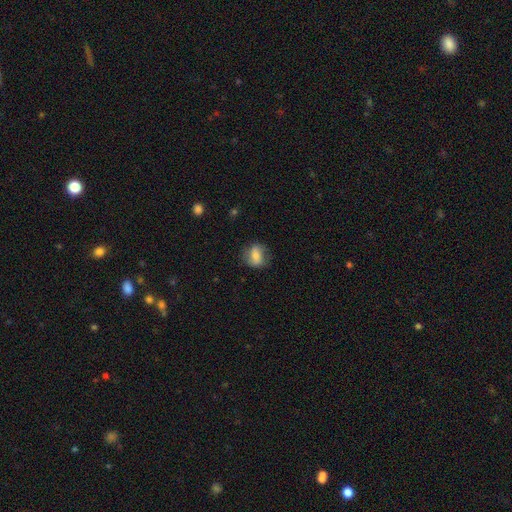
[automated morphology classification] This appears to be a smooth galaxy with no disk features (71%) that is in between round and cigar-shaped (58%). Merging: none (71%).